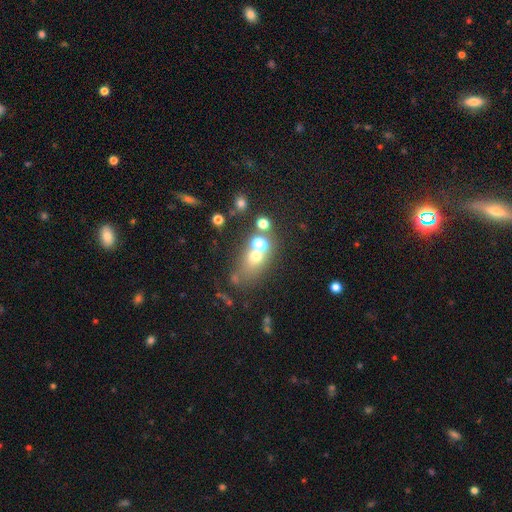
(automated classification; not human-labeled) Smooth or featured? smooth (56%)
How rounded? round (51%)
Merging? none (48%)